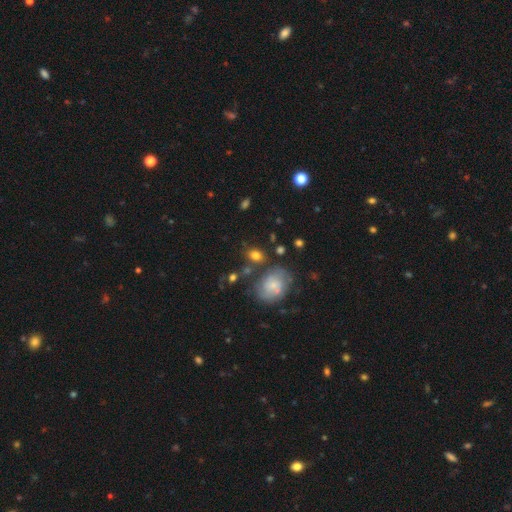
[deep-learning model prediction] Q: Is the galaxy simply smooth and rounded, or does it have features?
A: smooth — 70%.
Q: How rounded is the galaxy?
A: in between — 58%.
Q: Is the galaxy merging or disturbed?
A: none — 66%.